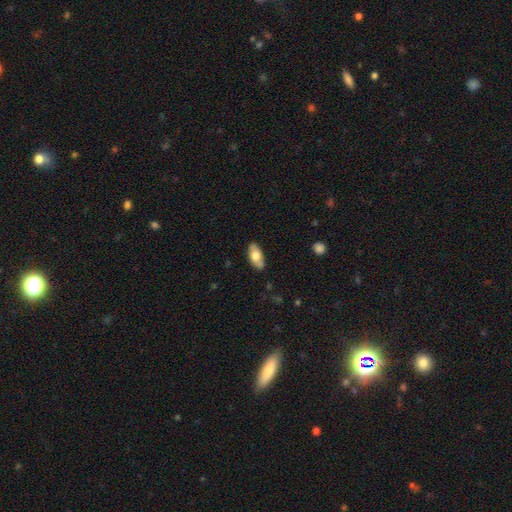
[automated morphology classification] Smooth or featured? smooth (68%)
How rounded? in between (87%)
Merging? none (83%)